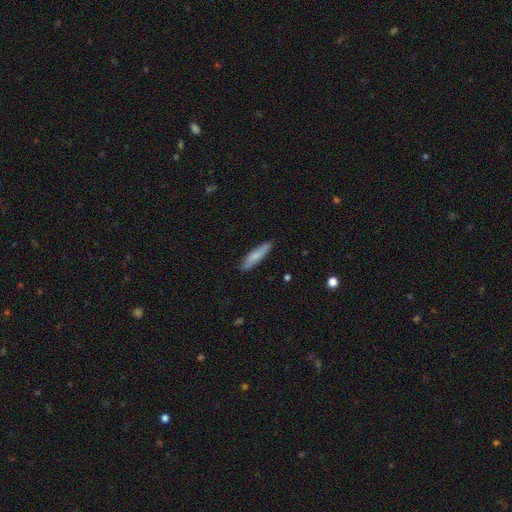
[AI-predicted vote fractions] smooth 74%, featured or disk 21%, star or artifact 6%. Down the decision tree: how rounded — cigar-shaped (77%); merging — none (83%).